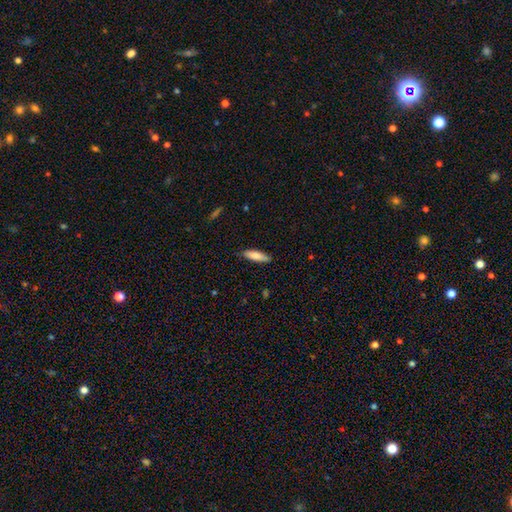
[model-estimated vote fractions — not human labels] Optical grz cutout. It shows a smooth galaxy with no disk features (81%) that is cigar-shaped (63%). Merging: none (86%).